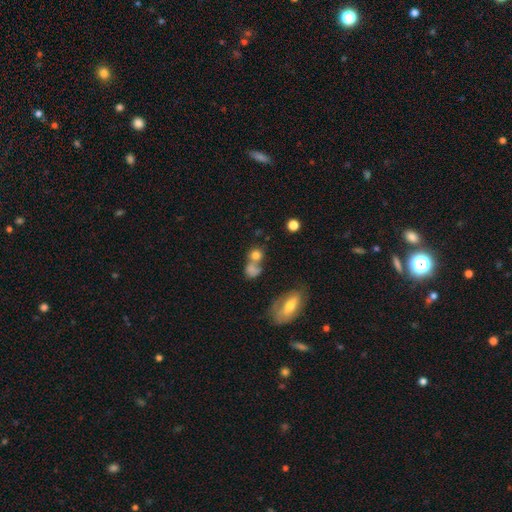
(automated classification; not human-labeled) This appears to be a smooth galaxy with no disk features (75%) that is round (75%). Merging: merger (45%).